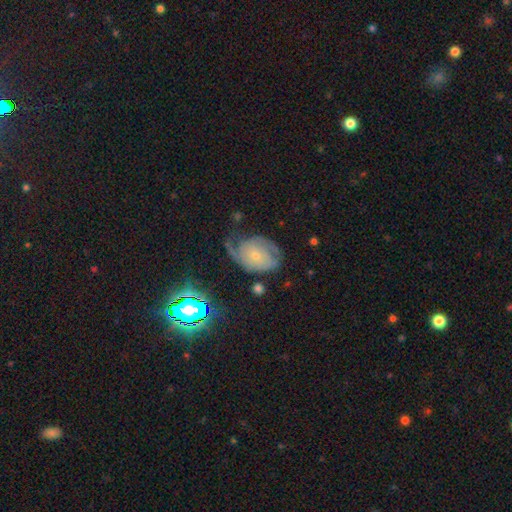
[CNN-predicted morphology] type=featured or disk (71%); edge-on=no (97%); bar=no (77%); spiral arms=yes (91%); winding=tight (46%); arm count=2 (47%); bulge=small (74%); merging=none (48%).